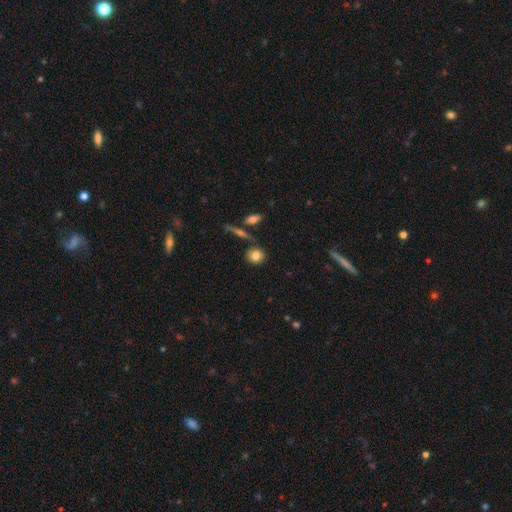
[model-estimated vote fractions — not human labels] Q: Smooth or featured?
A: smooth (80%); runner-up: featured or disk (11%)
Q: How rounded?
A: round (79%); runner-up: in between (19%)
Q: Merging?
A: none (78%); runner-up: minor disturbance (11%)